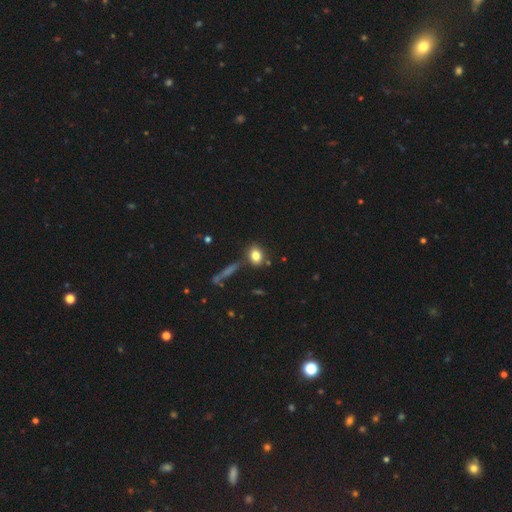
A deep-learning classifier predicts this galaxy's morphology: type=smooth (81%); roundness=in between (50%); merging=none (75%).